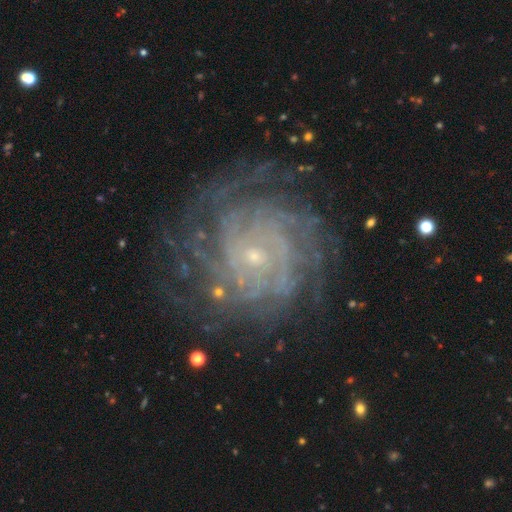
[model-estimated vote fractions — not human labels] smooth_or_featured: featured or disk (p=0.87) [alt: star or artifact p=0.07]
disk_edge_on: no (p=0.98) [alt: yes p=0.02]
bar: no (p=0.73) [alt: weak p=0.21]
has_spiral_arms: yes (p=0.96) [alt: no p=0.04]
spiral_winding: tight (p=0.77) [alt: medium p=0.19]
spiral_arm_count: can't tell (p=0.30) [alt: more than 4 p=0.23]
bulge_size: small (p=0.84) [alt: moderate p=0.11]
merging: none (p=0.77) [alt: minor disturbance p=0.14]